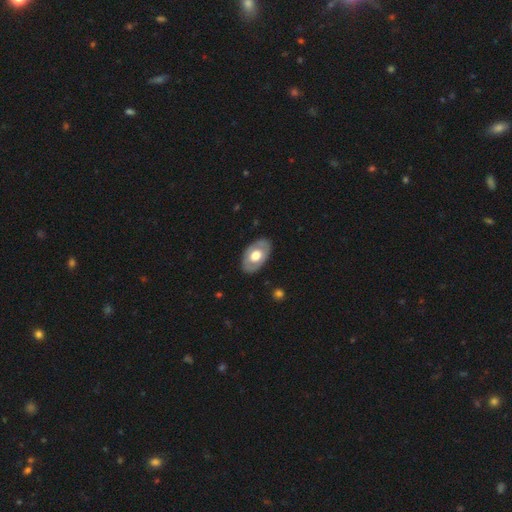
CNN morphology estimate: smooth 51%, featured or disk 44%, star or artifact 5%. Down the decision tree: how rounded — in between (90%); merging — none (84%).